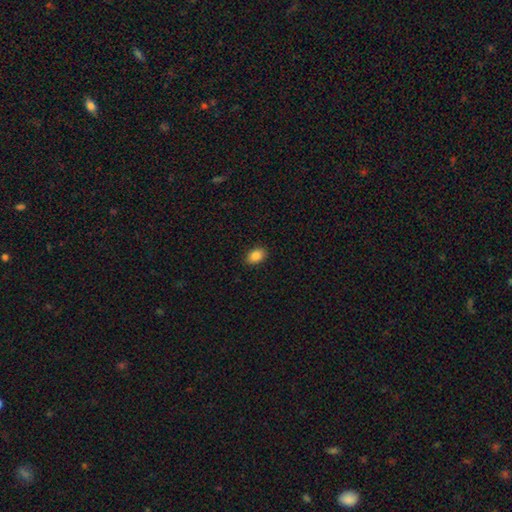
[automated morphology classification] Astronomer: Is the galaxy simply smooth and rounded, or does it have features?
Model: smooth — 88%.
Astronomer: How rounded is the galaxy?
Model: in between — 82%.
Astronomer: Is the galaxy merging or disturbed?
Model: none — 89%.